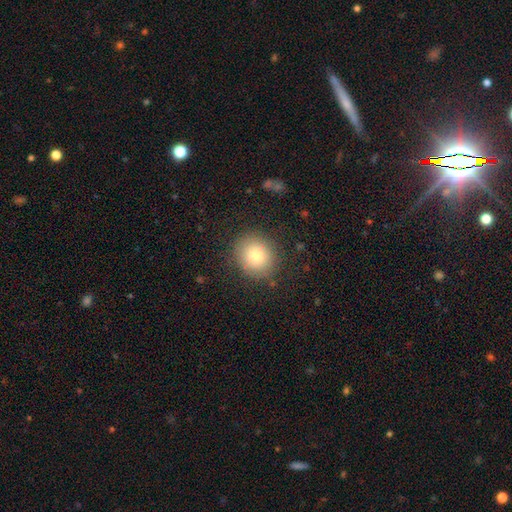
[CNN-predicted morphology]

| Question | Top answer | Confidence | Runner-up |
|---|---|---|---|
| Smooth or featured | smooth | 76% | featured or disk (12%) |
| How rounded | round | 83% | in between (16%) |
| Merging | none | 86% | minor disturbance (9%) |